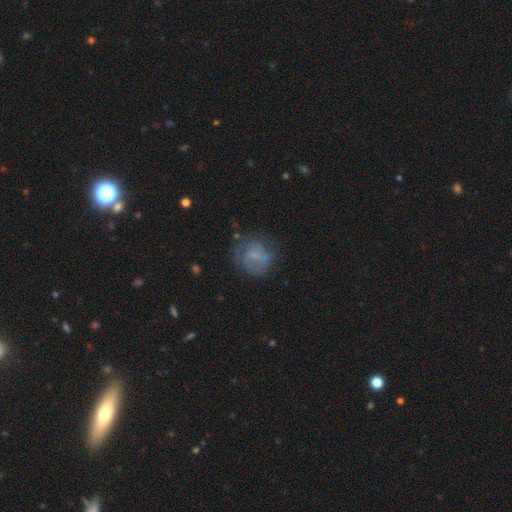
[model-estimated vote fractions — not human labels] smooth 48%, featured or disk 41%, star or artifact 11%. Down the decision tree: merging — none (59%).